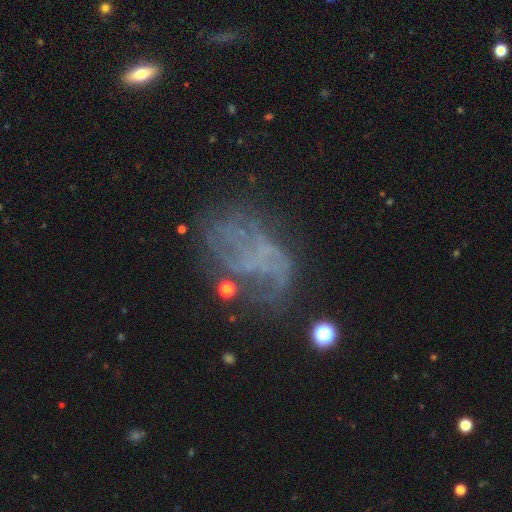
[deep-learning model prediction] Smooth or featured? featured or disk (60%)
Edge-on disk? no (97%)
Bar? no (83%)
Spiral arms? no (64%)
Bulge size? none (83%)
Merging? none (43%)